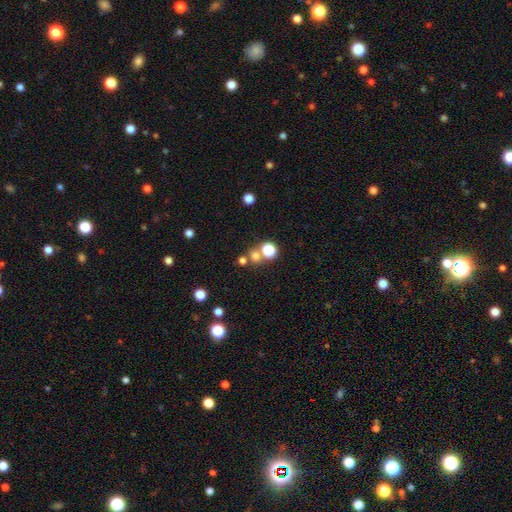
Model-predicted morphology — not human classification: This appears to be a smooth galaxy with no disk features (64%) that is round (81%). Merging: none (61%).